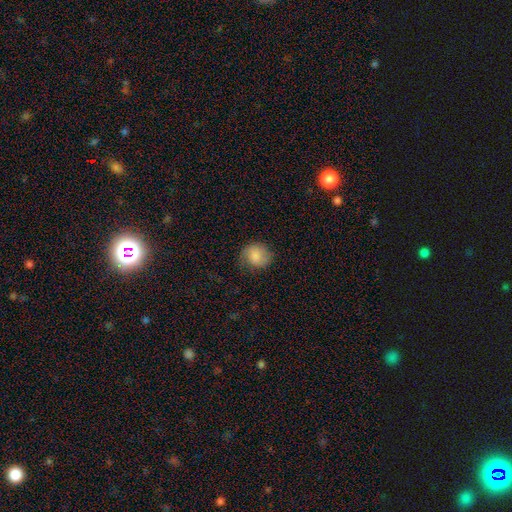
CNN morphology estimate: smooth-or-featured: smooth: 80% | featured or disk: 12% | star or artifact: 8%
  how-rounded: round: 78% | in between: 21% | cigar-shaped: 1%
  merging: none: 68% | minor disturbance: 23% | major disturbance: 8% | merger: 1%